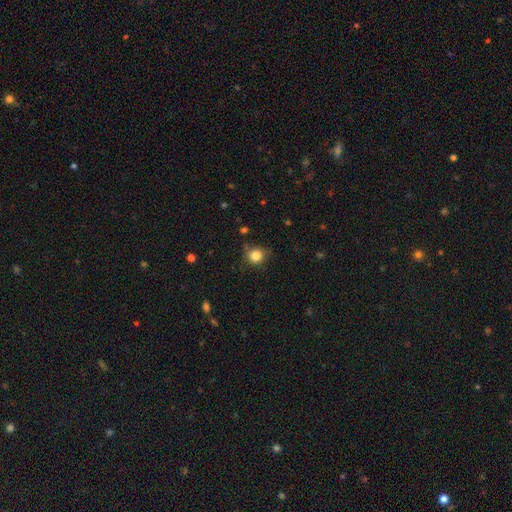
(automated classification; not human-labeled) Overall: smooth (83%). How rounded: round (89%). Merging: none (74%).